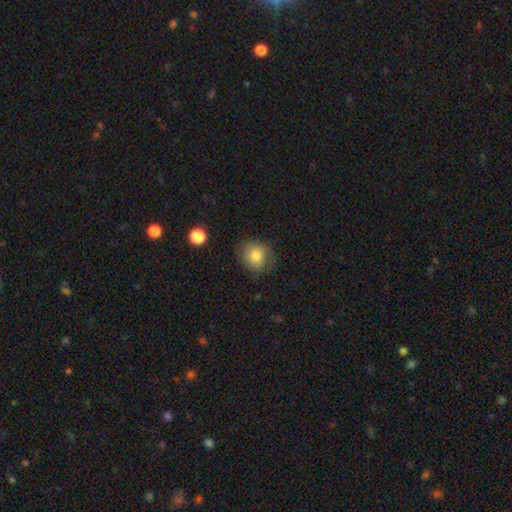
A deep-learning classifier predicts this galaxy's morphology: A smooth galaxy with no disk features (72%) that is round (80%). Merging: none (72%).